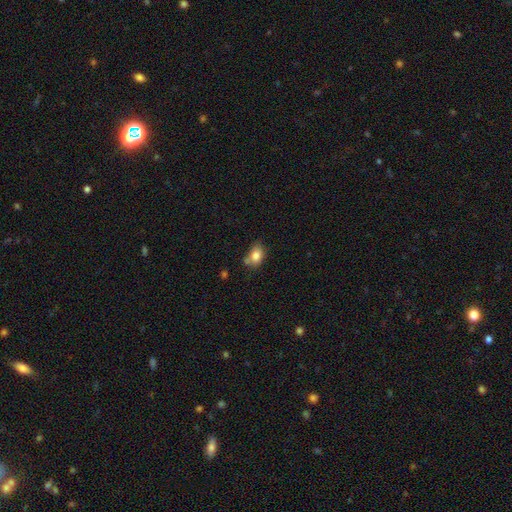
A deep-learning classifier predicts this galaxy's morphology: Smooth or featured? Predicted: smooth (p=0.81). How rounded? Predicted: in between (p=0.73). Merging? Predicted: none (p=0.53).